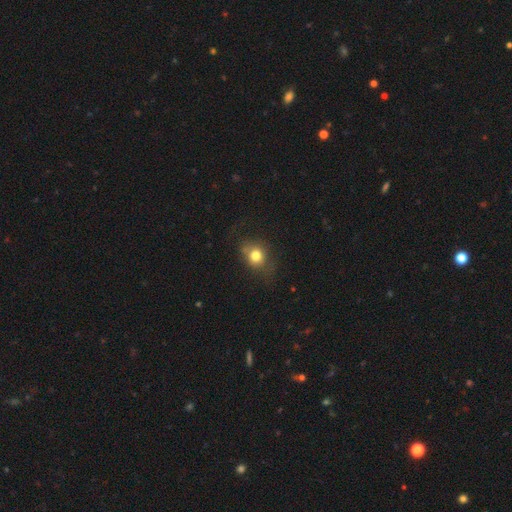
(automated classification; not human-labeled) smooth-or-featured: smooth: 75% | featured or disk: 13% | star or artifact: 12%
  how-rounded: round: 66% | in between: 33% | cigar-shaped: 1%
  merging: none: 63% | minor disturbance: 23% | major disturbance: 13% | merger: 2%